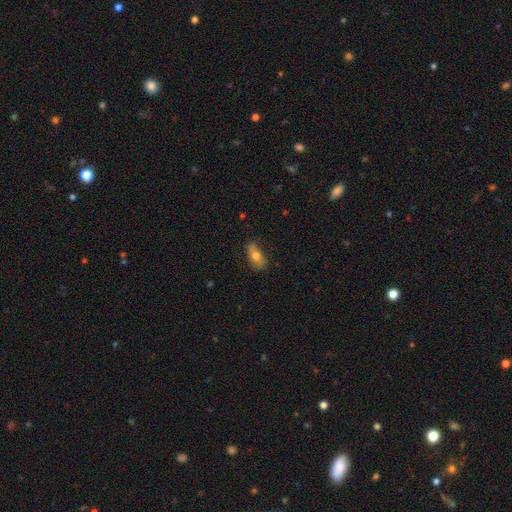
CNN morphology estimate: smooth-or-featured: smooth: 66% | featured or disk: 26% | star or artifact: 9%
  how-rounded: in between: 79% | cigar-shaped: 15% | round: 6%
  merging: none: 62% | minor disturbance: 27% | major disturbance: 8% | merger: 3%